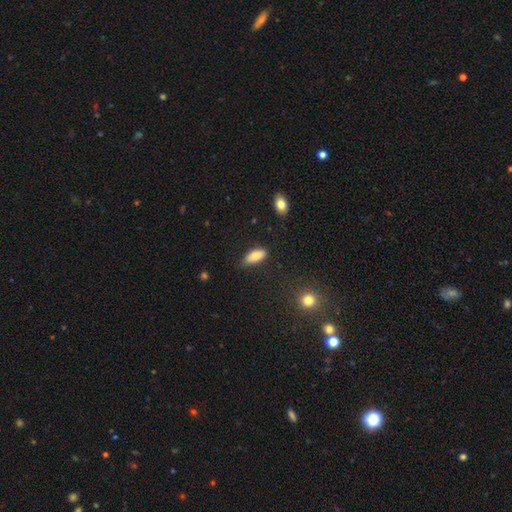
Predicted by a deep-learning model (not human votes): smooth 80%, featured or disk 13%, star or artifact 7%. Down the decision tree: how rounded — in between (82%); merging — none (74%).